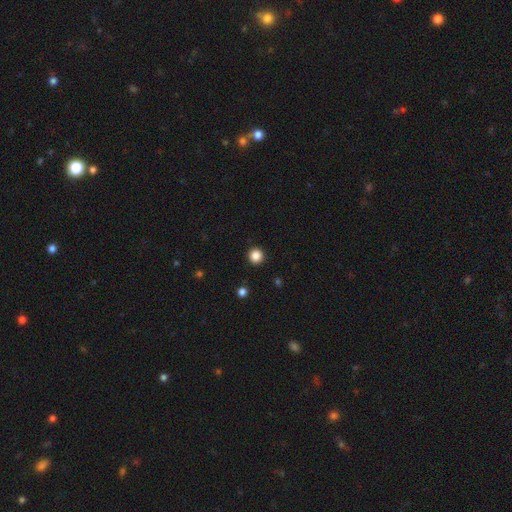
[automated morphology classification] A smooth galaxy with no disk features (86%) that is round (95%).

Vote fractions:
- Smooth or featured? smooth: 86% / star or artifact: 11% / featured or disk: 3%
- How rounded? round: 95% / in between: 4% / cigar-shaped: 1%
- Merging? none: 93% / minor disturbance: 4% / major disturbance: 2% / merger: 1%